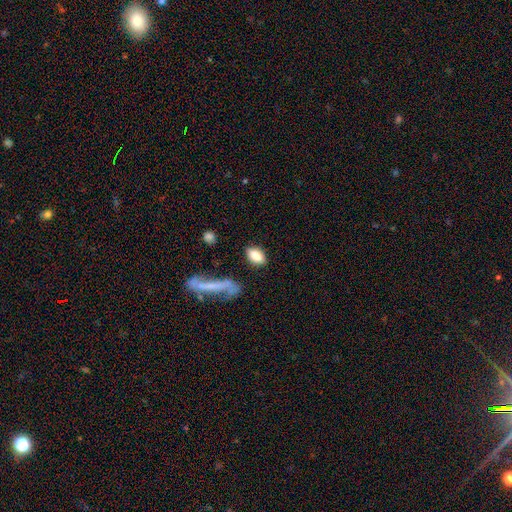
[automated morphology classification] This is clearly a smooth galaxy (84%). How rounded: clearly in between (88%). Merging: likely none (80%).